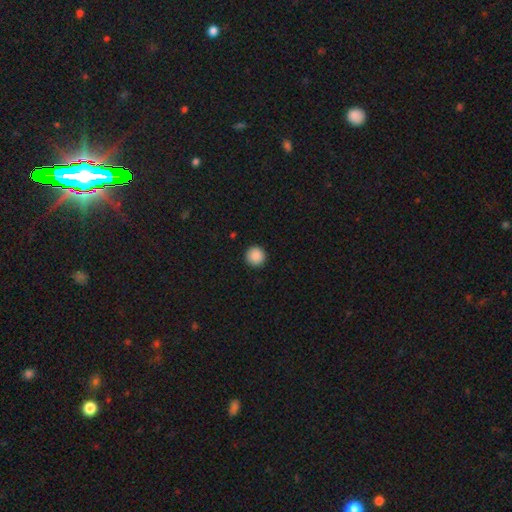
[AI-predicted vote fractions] Morphology: type=smooth (89%); roundness=round (95%); merging=none (93%).